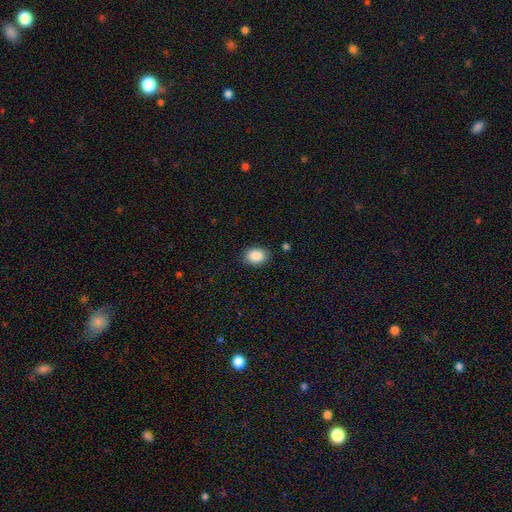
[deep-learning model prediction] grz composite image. It shows a smooth galaxy with no disk features (88%) that is in between round and cigar-shaped (68%). Merging: none (87%).